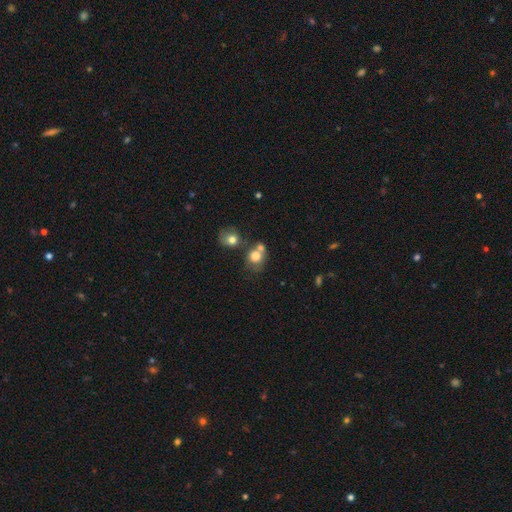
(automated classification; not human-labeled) Smooth or featured? smooth (76%)
How rounded? round (74%)
Merging? none (41%, tied with merger)